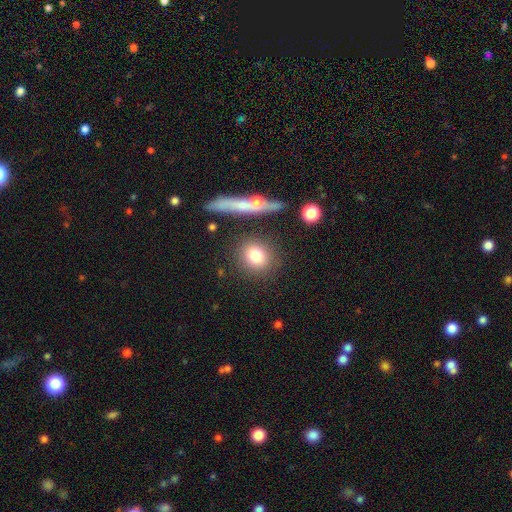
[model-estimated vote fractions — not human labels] smooth 79%, featured or disk 12%, star or artifact 9%. Down the decision tree: how rounded — round (74%); merging — none (82%).